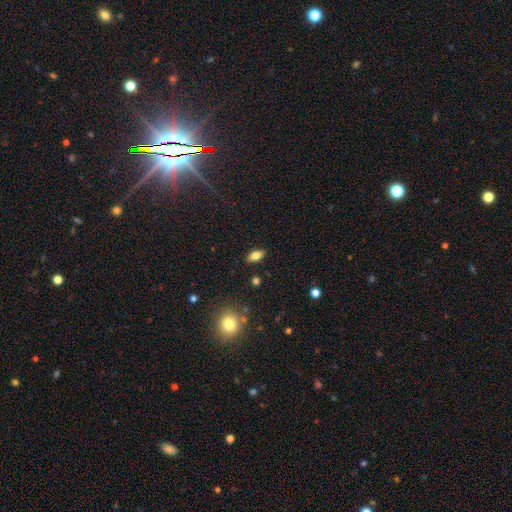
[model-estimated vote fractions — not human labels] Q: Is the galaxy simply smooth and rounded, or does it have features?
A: smooth — 70%.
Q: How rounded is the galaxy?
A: in between — 85%.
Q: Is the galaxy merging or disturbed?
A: none — 87%.